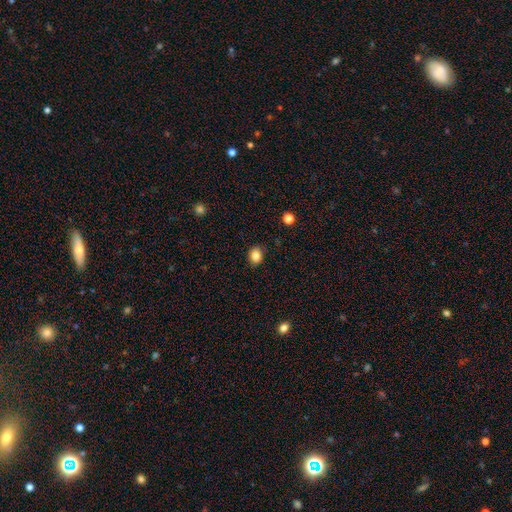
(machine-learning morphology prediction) smooth_or_featured: smooth (p=0.85) [alt: star or artifact p=0.10]
how_rounded: round (p=0.50) [alt: in between p=0.49]
merging: none (p=0.85) [alt: minor disturbance p=0.11]